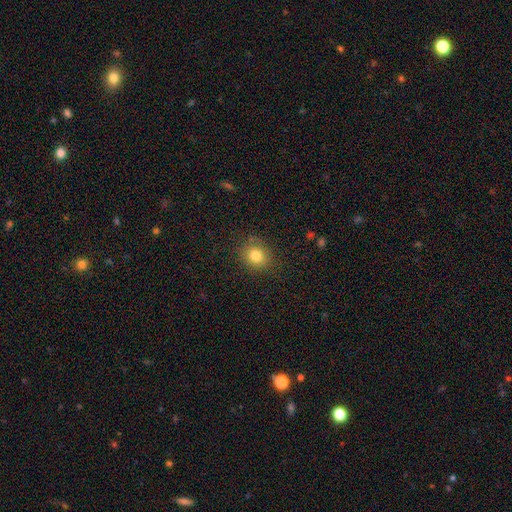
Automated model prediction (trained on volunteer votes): Overall: smooth (81%). How rounded: round (74%). Merging: none (85%).